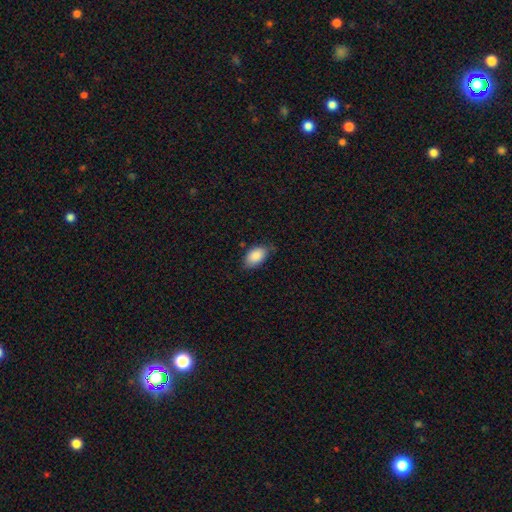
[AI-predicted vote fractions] This is clearly a smooth galaxy (88%). How rounded: clearly in between (92%). Merging: likely none (69%).